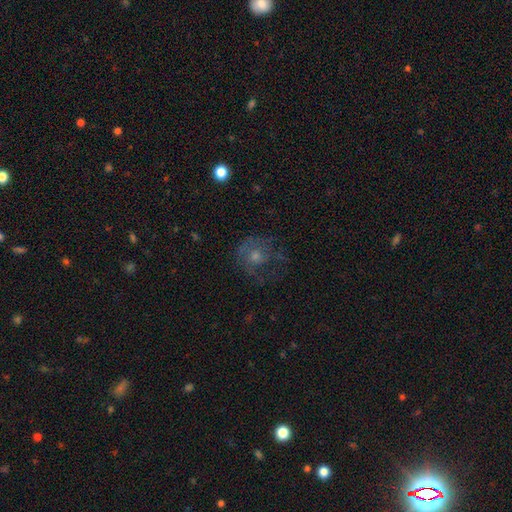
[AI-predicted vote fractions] The model was most divided on "smooth or featured": featured or disk: 50%, smooth: 35%, star or artifact: 15%. More confident: merging — none (57%).